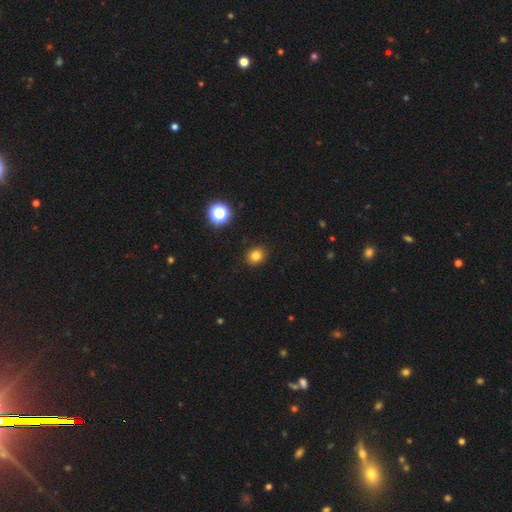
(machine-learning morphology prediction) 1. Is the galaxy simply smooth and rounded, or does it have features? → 81% smooth, 14% star or artifact, 5% featured or disk.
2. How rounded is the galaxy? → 73% round, 26% in between, 1% cigar-shaped.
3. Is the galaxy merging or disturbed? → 91% none, 6% minor disturbance, 2% major disturbance, 1% merger.